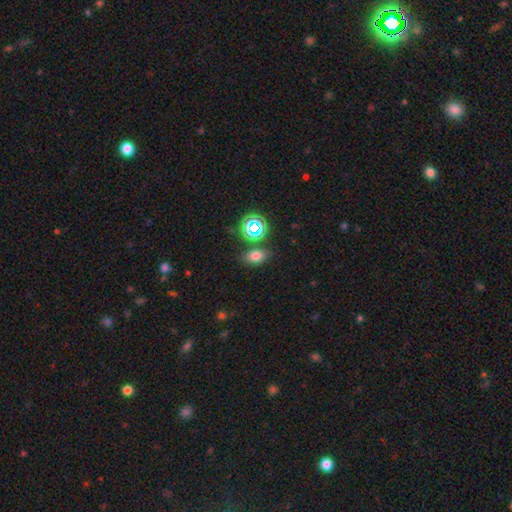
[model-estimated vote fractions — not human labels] Overall: smooth (67%). How rounded: in between (77%). Merging: none (77%).